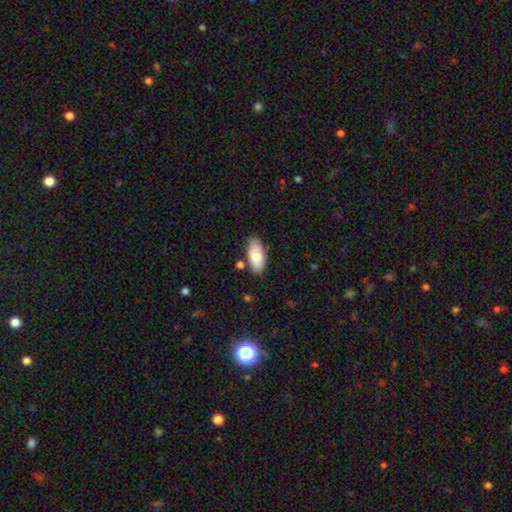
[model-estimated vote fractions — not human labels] Overall: smooth (76%). How rounded: in between (90%). Merging: none (83%).